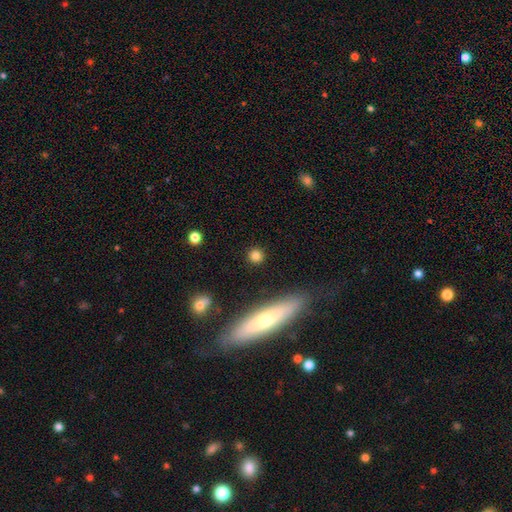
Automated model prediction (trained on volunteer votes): Smooth or featured? Predicted: smooth (p=0.82). How rounded? Predicted: round (p=0.90). Merging? Predicted: none (p=0.89).